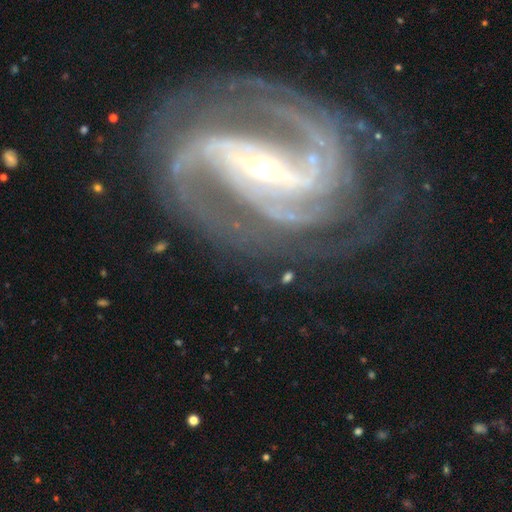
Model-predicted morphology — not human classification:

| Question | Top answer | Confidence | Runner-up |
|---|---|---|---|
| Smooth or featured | featured or disk | 93% | star or artifact (5%) |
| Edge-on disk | no | 98% | yes (2%) |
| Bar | strong | 69% | weak (23%) |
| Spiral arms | yes | 99% | no (1%) |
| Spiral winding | medium | 53% | tight (32%) |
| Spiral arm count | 2 | 51% | 3 (20%) |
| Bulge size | small | 67% | moderate (28%) |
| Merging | none | 65% | minor disturbance (16%) |